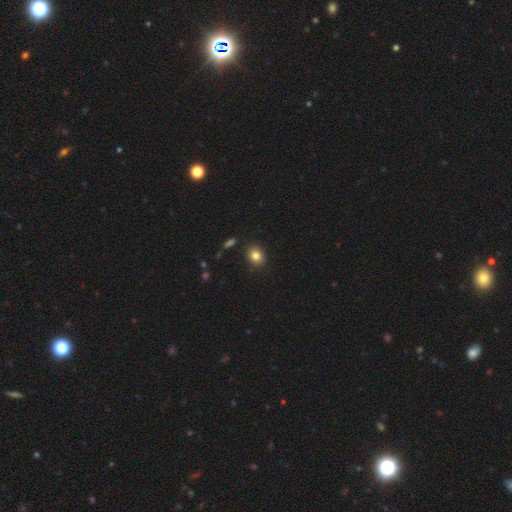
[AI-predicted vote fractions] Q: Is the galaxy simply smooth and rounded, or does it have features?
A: smooth — 82%.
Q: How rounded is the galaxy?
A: round — 62%.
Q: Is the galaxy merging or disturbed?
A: none — 87%.